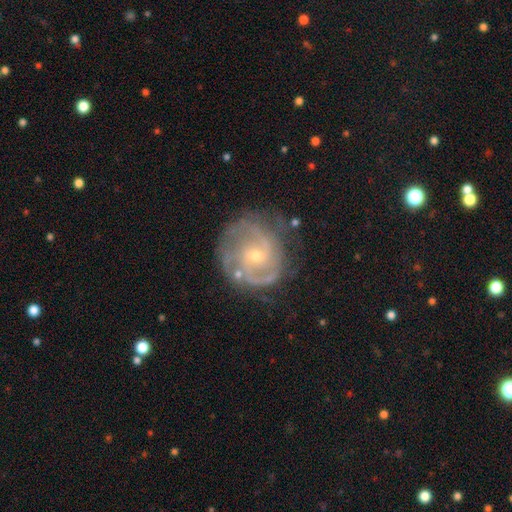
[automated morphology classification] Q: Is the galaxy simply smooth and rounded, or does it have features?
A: featured or disk — 87%.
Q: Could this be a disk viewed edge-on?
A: no — 98%.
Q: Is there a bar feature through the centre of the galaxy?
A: no — 52%.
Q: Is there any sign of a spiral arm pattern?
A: yes — 96%.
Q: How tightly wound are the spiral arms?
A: medium — 45%.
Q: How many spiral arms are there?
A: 2 — 54%.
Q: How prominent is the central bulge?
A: small — 68%.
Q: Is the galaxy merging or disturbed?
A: none — 68%.